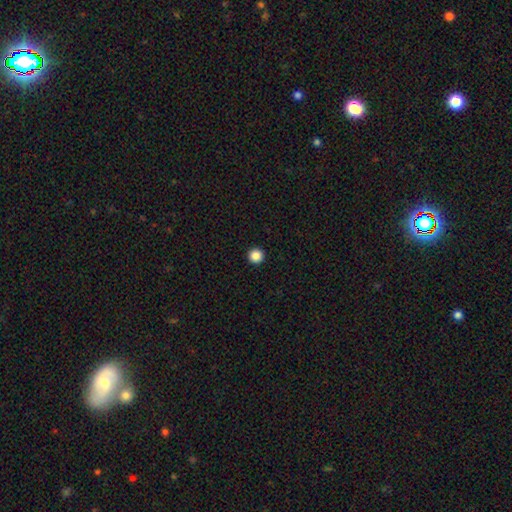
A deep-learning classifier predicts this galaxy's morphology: Overall: smooth (87%). How rounded: round (97%). Merging: none (95%).